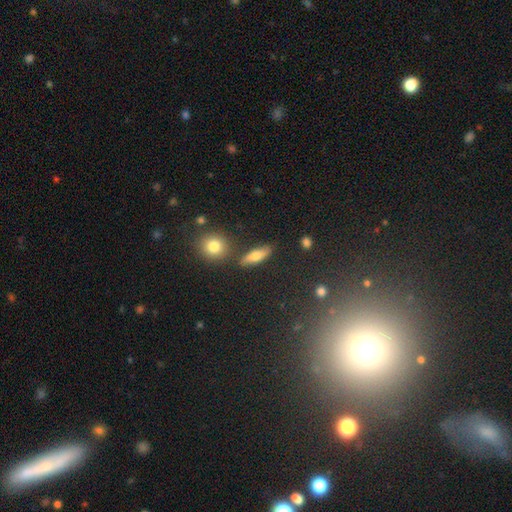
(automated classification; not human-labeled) A smooth galaxy with no disk features (66%) that is in between round and cigar-shaped (51%).

Vote fractions:
- Smooth or featured? smooth: 66% / featured or disk: 24% / star or artifact: 10%
- How rounded? in between: 51% / cigar-shaped: 42% / round: 8%
- Merging? none: 80% / minor disturbance: 11% / merger: 6% / major disturbance: 3%